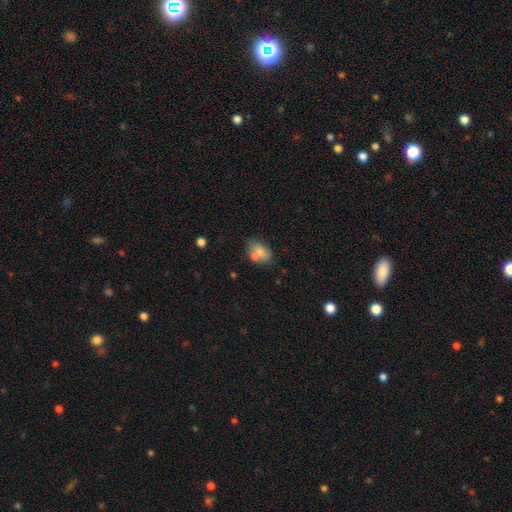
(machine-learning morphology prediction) Smooth or featured? Predicted: smooth (p=0.66). How rounded? Predicted: in between (p=0.73). Merging? Predicted: none (p=0.55).